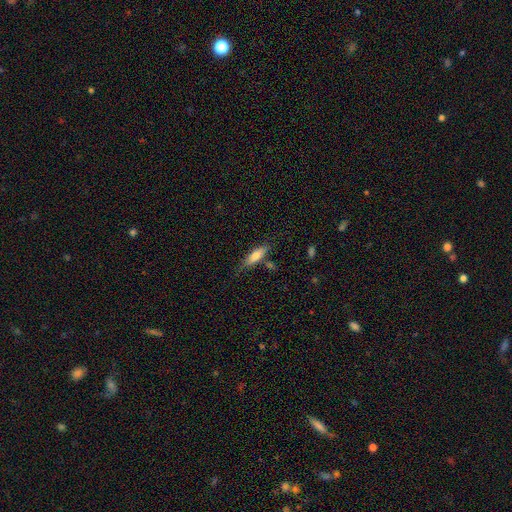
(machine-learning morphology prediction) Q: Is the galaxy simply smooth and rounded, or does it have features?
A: smooth — 68%.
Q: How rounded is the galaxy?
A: cigar-shaped — 54%.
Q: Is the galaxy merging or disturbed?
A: none — 69%.